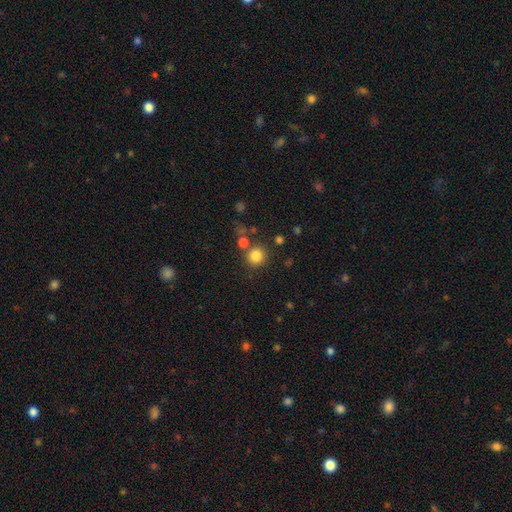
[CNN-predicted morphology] smooth 83%, star or artifact 12%, featured or disk 6%. Down the decision tree: how rounded — round (90%); merging — none (76%).